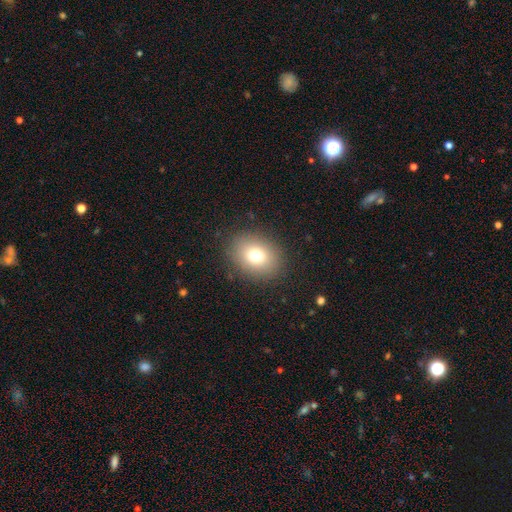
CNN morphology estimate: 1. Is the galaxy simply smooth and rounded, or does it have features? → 76% smooth, 13% star or artifact, 12% featured or disk.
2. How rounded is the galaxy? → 51% in between, 48% round, 1% cigar-shaped.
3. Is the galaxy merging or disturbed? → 87% none, 8% minor disturbance, 3% major disturbance, 1% merger.